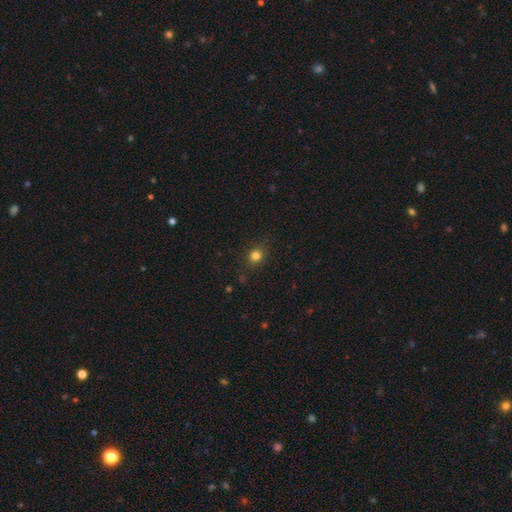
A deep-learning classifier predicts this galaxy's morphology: This appears to be a smooth galaxy with no disk features (80%) that is round (83%). Merging: none (88%).